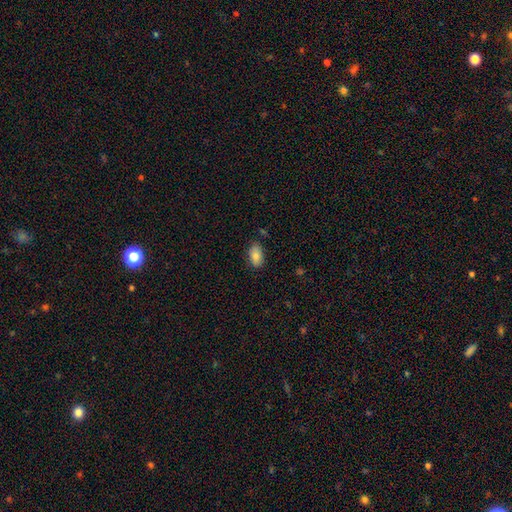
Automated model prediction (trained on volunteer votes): Smooth or featured? smooth (83%)
How rounded? in between (92%)
Merging? none (81%)